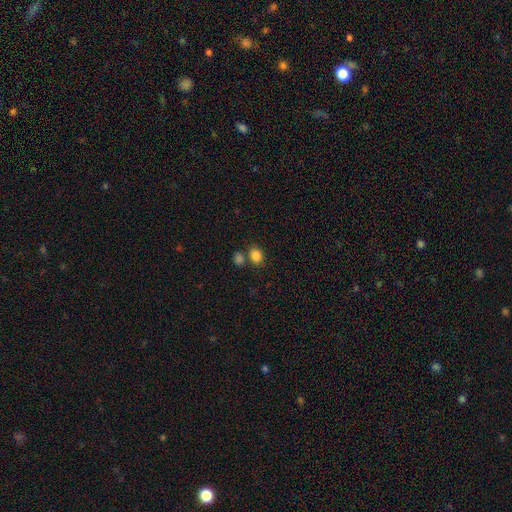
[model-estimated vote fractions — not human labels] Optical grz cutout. It shows a smooth galaxy with no disk features (85%) that is round (51%). Merging: none (65%).